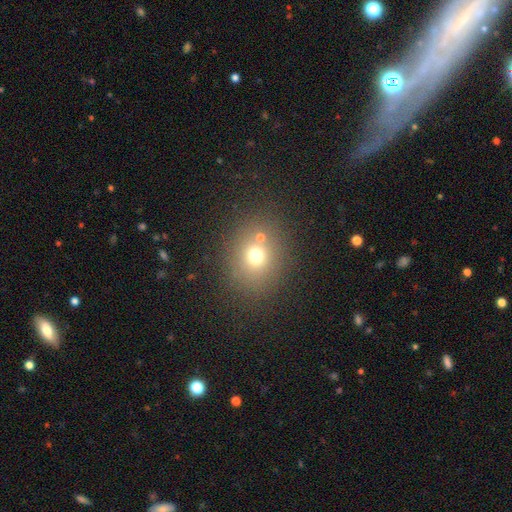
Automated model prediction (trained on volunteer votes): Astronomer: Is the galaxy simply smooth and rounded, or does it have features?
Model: smooth — 68%.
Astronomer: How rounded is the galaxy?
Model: round — 68%.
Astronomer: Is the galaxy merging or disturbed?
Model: none — 71%.